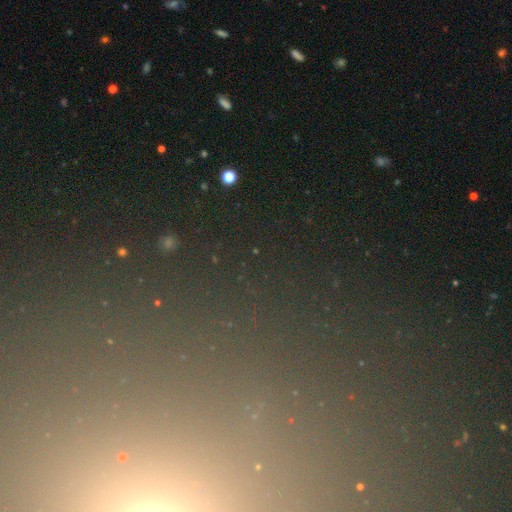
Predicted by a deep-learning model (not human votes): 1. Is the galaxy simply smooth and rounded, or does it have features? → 71% star or artifact, 16% smooth, 12% featured or disk.